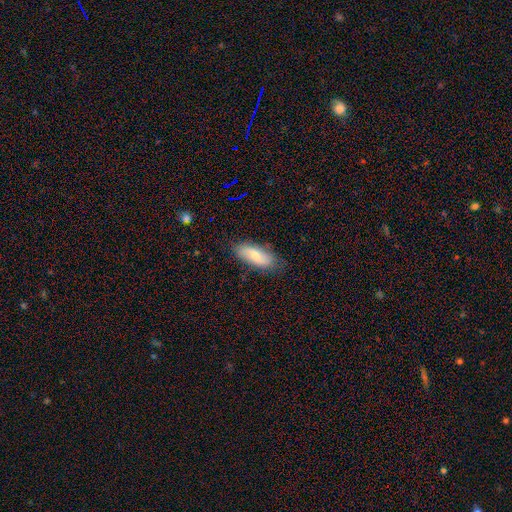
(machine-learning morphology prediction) Smooth or featured?
  - smooth: 56% *
  - featured or disk: 37%
  - star or artifact: 7%
How rounded?
  - in between: 80% *
  - cigar-shaped: 17%
  - round: 3%
Merging?
  - none: 78% *
  - minor disturbance: 18%
  - major disturbance: 3%
  - merger: 1%